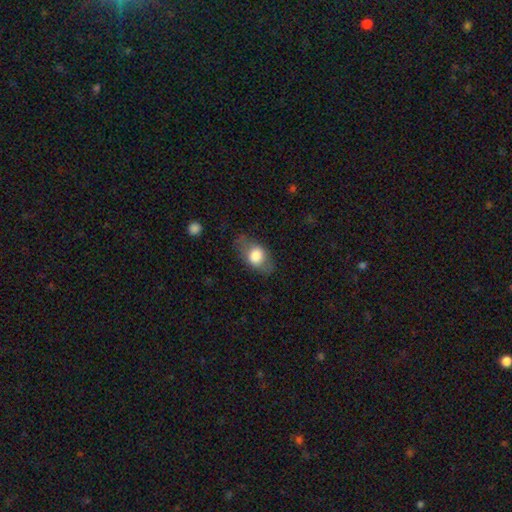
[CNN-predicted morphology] The model was most divided on "smooth or featured": smooth: 69%, featured or disk: 24%, star or artifact: 7%. More confident: how rounded — in between (80%); merging — none (70%).